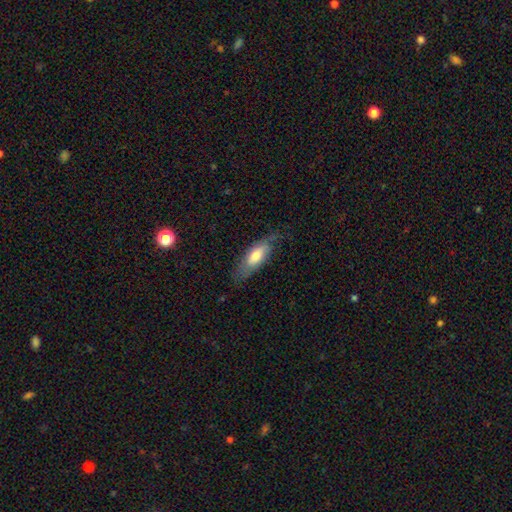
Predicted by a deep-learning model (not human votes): Smooth or featured: smooth — 59% (featured or disk — 34%)
How rounded: in between — 67% (cigar-shaped — 31%)
Merging: none — 65% (minor disturbance — 24%)